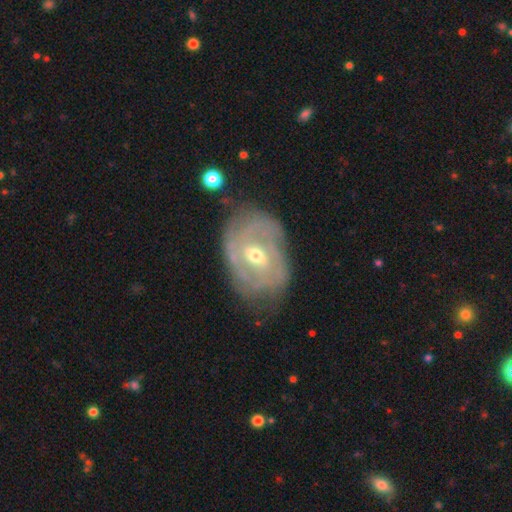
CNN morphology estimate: Smooth or featured: featured or disk — 79% (smooth — 15%)
Edge-on disk: no — 96% (yes — 4%)
Bar: weak — 51% (no — 32%)
Spiral arms: yes — 81% (no — 19%)
Spiral winding: tight — 60% (medium — 29%)
Spiral arm count: can't tell — 42% (2 — 34%)
Bulge size: moderate — 54% (small — 42%)
Merging: none — 61% (minor disturbance — 25%)